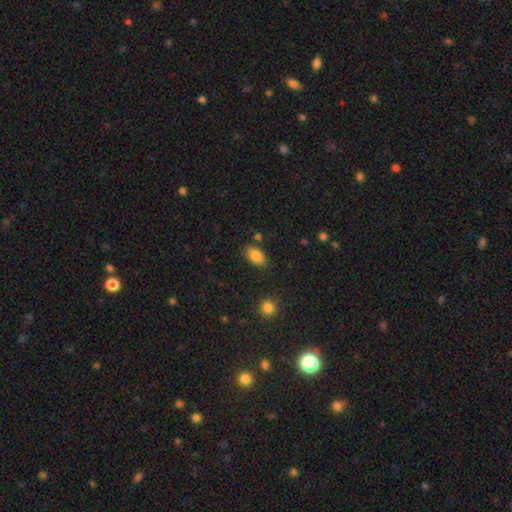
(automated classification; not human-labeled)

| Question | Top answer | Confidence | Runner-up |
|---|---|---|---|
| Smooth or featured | smooth | 86% | star or artifact (9%) |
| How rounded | in between | 90% | round (8%) |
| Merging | none | 80% | minor disturbance (13%) |